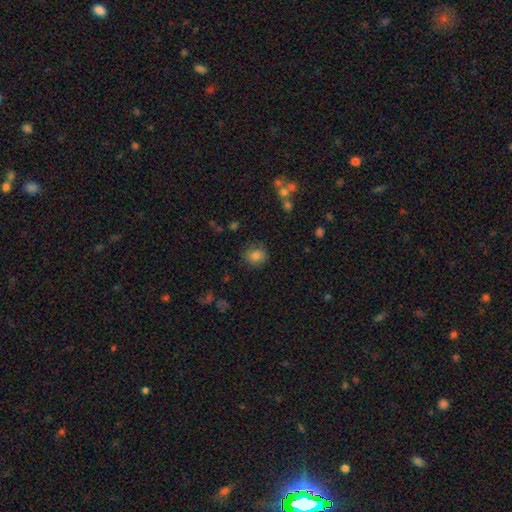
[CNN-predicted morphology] smooth 81%, star or artifact 11%, featured or disk 8%. Down the decision tree: how rounded — round (72%); merging — none (81%).